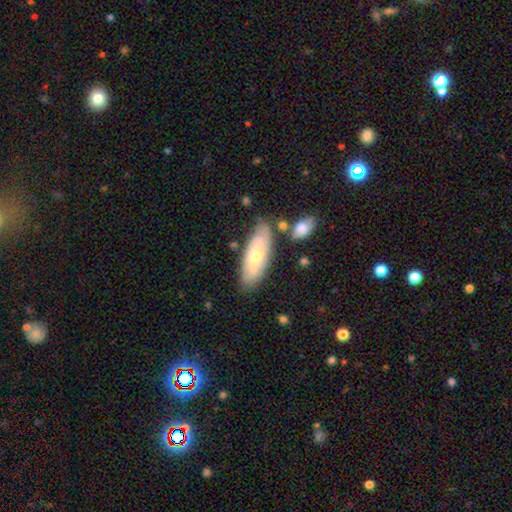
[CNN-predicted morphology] smooth-or-featured: smooth: 50% | featured or disk: 44% | star or artifact: 6%
  merging: none: 72% | minor disturbance: 19% | merger: 5% | major disturbance: 4%